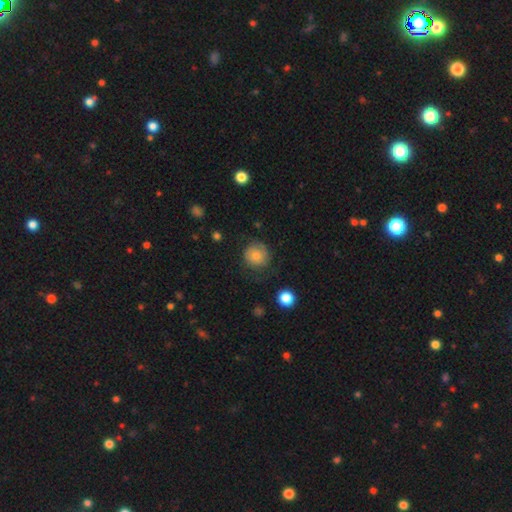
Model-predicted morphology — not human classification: A smooth galaxy with no disk features (73%) that is round (90%).

Vote fractions:
- Smooth or featured? smooth: 73% / featured or disk: 17% / star or artifact: 10%
- How rounded? round: 90% / in between: 9% / cigar-shaped: 1%
- Merging? none: 71% / minor disturbance: 20% / major disturbance: 8% / merger: 1%